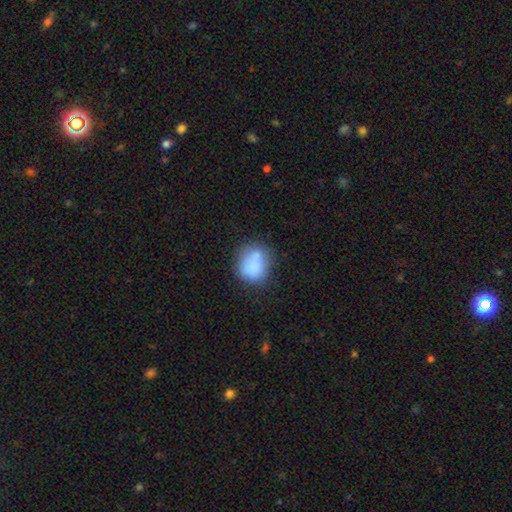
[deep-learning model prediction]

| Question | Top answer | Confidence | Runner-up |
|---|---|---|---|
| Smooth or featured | smooth | 77% | featured or disk (14%) |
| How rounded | round | 64% | in between (35%) |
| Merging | none | 51% | minor disturbance (21%) |